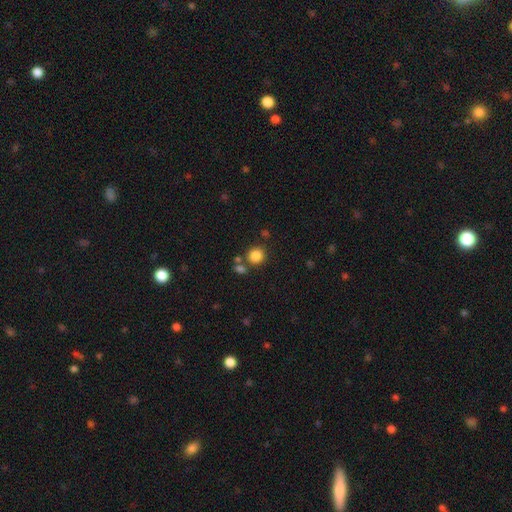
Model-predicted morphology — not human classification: Q: Smooth or featured?
A: smooth (84%); runner-up: star or artifact (11%)
Q: How rounded?
A: round (88%); runner-up: in between (11%)
Q: Merging?
A: none (76%); runner-up: merger (12%)